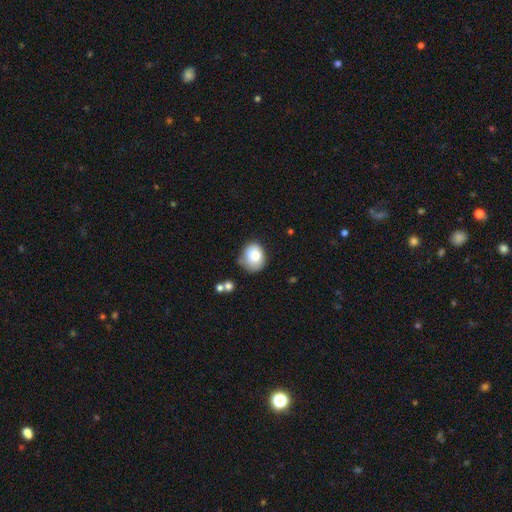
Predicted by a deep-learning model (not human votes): Q: Smooth or featured?
A: smooth (78%); runner-up: featured or disk (14%)
Q: How rounded?
A: round (57%); runner-up: in between (42%)
Q: Merging?
A: none (55%); runner-up: minor disturbance (31%)